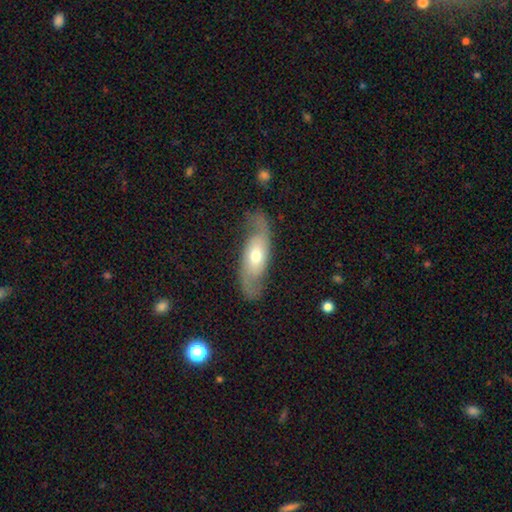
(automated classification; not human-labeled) Smooth or featured? featured or disk (71%)
Edge-on disk? no (86%)
Bar? no (66%)
Spiral arms? yes (88%)
Spiral winding? loose (58%)
Spiral arm count? 2 (88%)
Bulge size? moderate (66%)
Merging? none (72%)